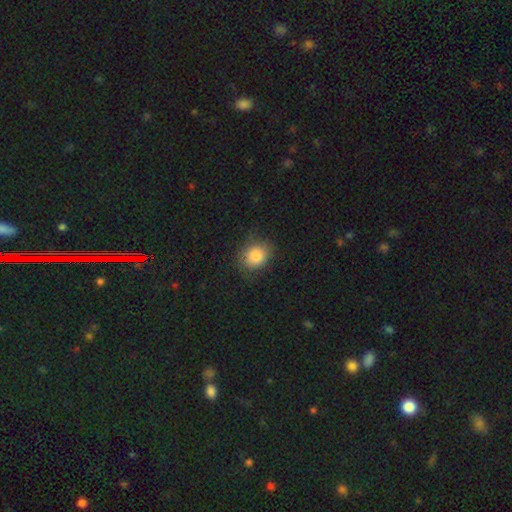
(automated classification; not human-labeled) This appears to be a smooth galaxy with no disk features (81%) that is round (62%). Merging: none (77%).